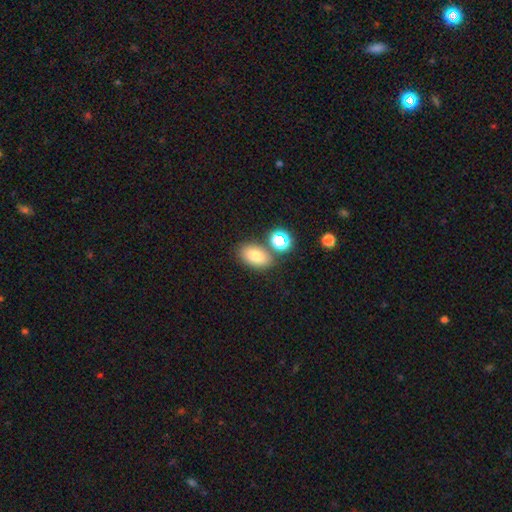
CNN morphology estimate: smooth_or_featured: smooth (p=0.77) [alt: star or artifact p=0.13]
how_rounded: in between (p=0.85) [alt: round p=0.13]
merging: none (p=0.73) [alt: merger p=0.12]